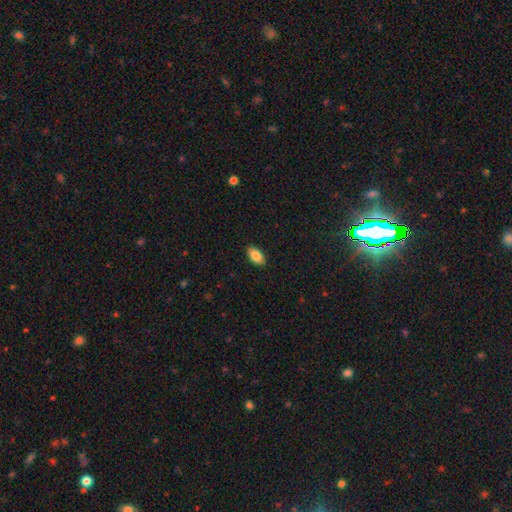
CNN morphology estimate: Smooth or featured?
  - smooth: 86% *
  - star or artifact: 7%
  - featured or disk: 7%
How rounded?
  - in between: 94% *
  - round: 4%
  - cigar-shaped: 2%
Merging?
  - none: 89% *
  - minor disturbance: 8%
  - major disturbance: 2%
  - merger: 1%